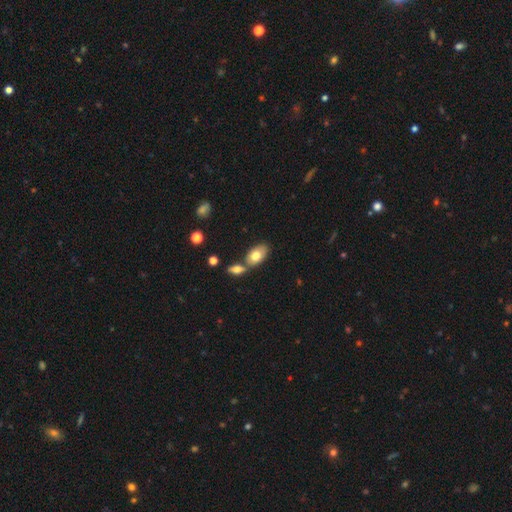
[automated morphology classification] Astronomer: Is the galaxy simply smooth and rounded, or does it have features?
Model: smooth — 74%.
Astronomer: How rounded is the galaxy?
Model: in between — 92%.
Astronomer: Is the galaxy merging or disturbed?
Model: none — 55%.